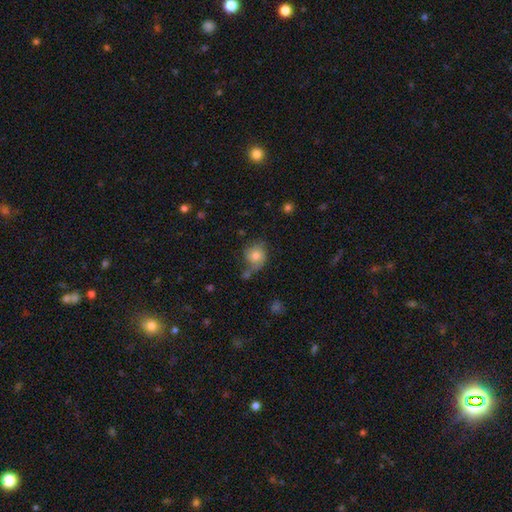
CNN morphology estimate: A smooth galaxy with no disk features (64%) that is round (76%). Merging: none (50%).